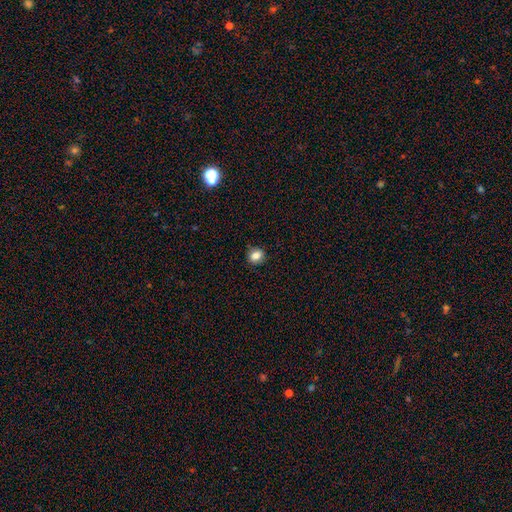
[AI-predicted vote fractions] A smooth galaxy with no disk features (83%) that is round (71%).

Vote fractions:
- Smooth or featured? smooth: 83% / star or artifact: 11% / featured or disk: 7%
- How rounded? round: 71% / in between: 28% / cigar-shaped: 1%
- Merging? none: 87% / minor disturbance: 9% / major disturbance: 2% / merger: 1%